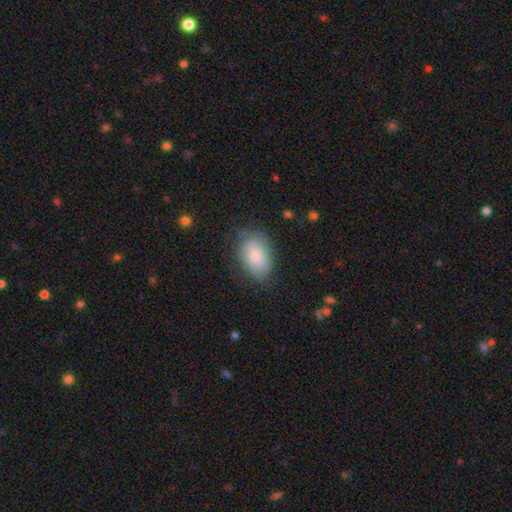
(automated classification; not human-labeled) Overall: smooth (76%). How rounded: in between (88%). Merging: none (74%).